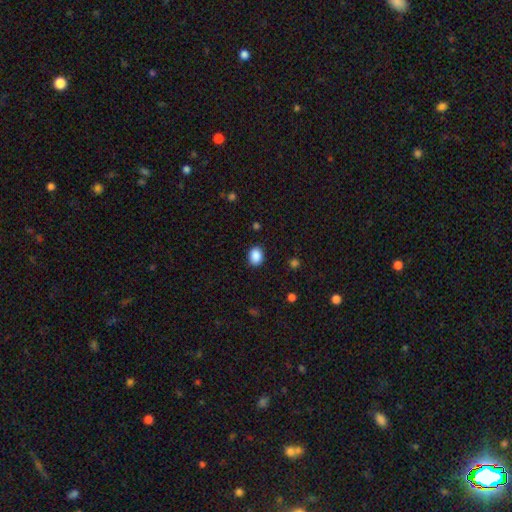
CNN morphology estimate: Smooth or featured: smooth — 89% (star or artifact — 9%)
How rounded: in between — 54% (round — 45%)
Merging: none — 87% (minor disturbance — 9%)